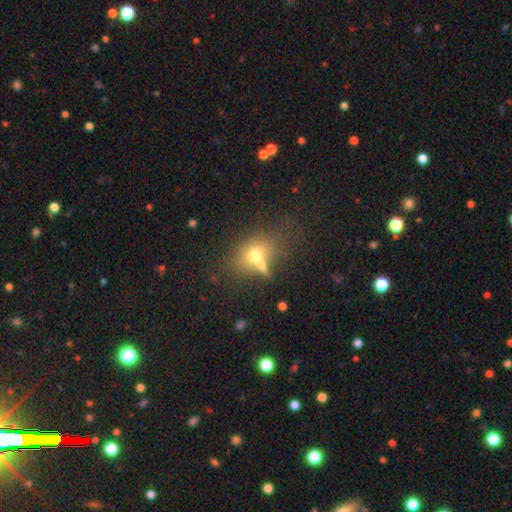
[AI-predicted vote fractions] A smooth galaxy with no disk features (63%) that is in between round and cigar-shaped (63%).

Vote fractions:
- Smooth or featured? smooth: 63% / featured or disk: 23% / star or artifact: 13%
- How rounded? in between: 63% / round: 34% / cigar-shaped: 3%
- Merging? merger: 39% / none: 37% / minor disturbance: 13% / major disturbance: 10%